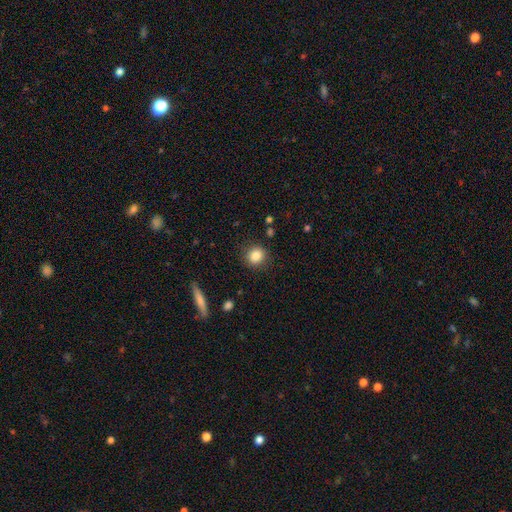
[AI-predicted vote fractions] Morphology: type=smooth (84%); roundness=round (84%); merging=none (88%).